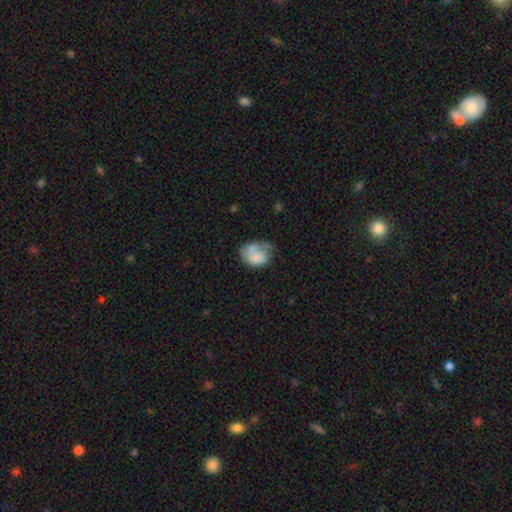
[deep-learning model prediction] This appears to be a smooth galaxy with no disk features (58%) that is in between round and cigar-shaped (63%). Merging: none (36%).